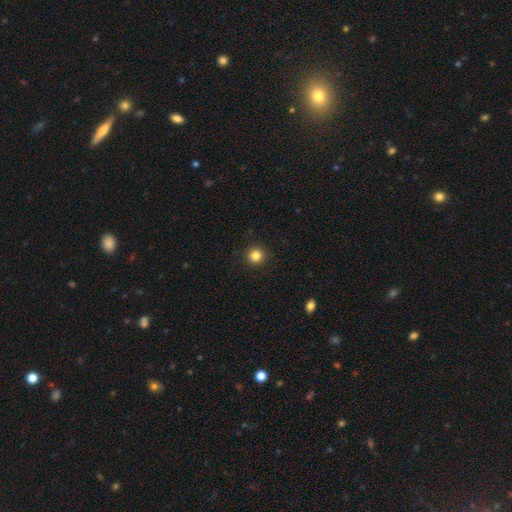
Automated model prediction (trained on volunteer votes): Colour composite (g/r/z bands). It shows a smooth galaxy with no disk features (83%) that is round (95%). Merging: none (92%).